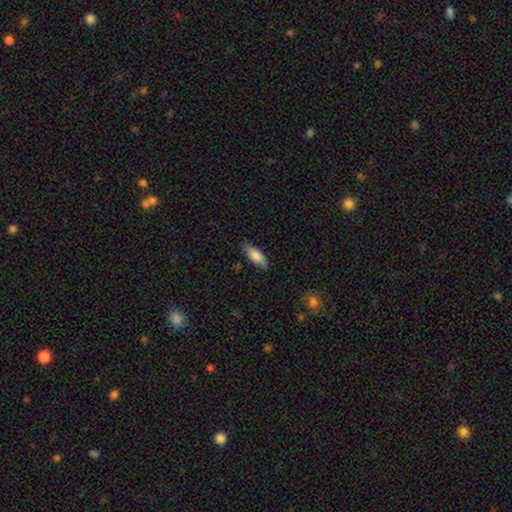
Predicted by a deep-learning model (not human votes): Smooth or featured? smooth (83%)
How rounded? in between (69%)
Merging? none (82%)